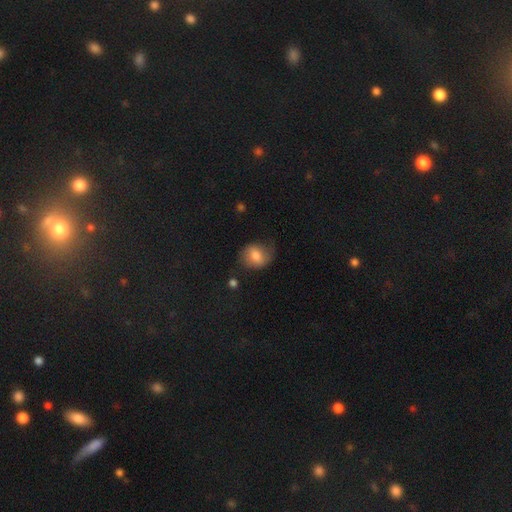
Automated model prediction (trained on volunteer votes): A smooth galaxy with no disk features (70%) that is round (51%). Merging: none (61%).